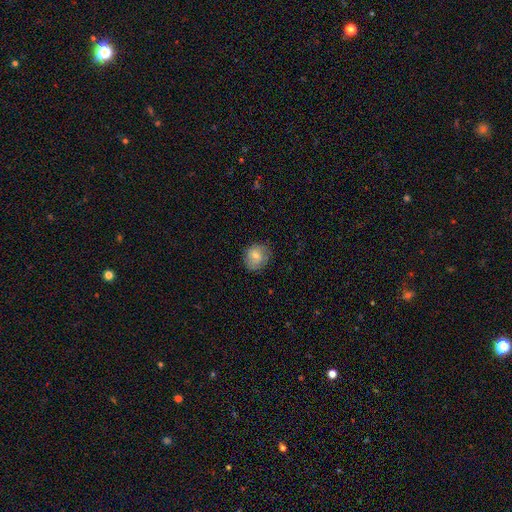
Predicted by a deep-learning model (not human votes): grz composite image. It shows a smooth galaxy with no disk features (71%) that is round (65%). Merging: none (72%).